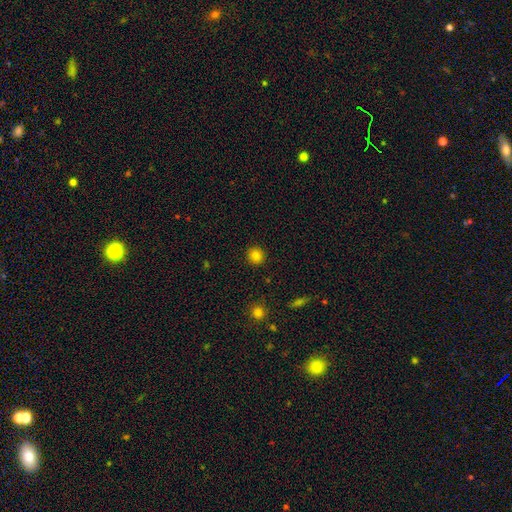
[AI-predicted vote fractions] Morphology: type=smooth (82%); roundness=round (92%); merging=none (91%).